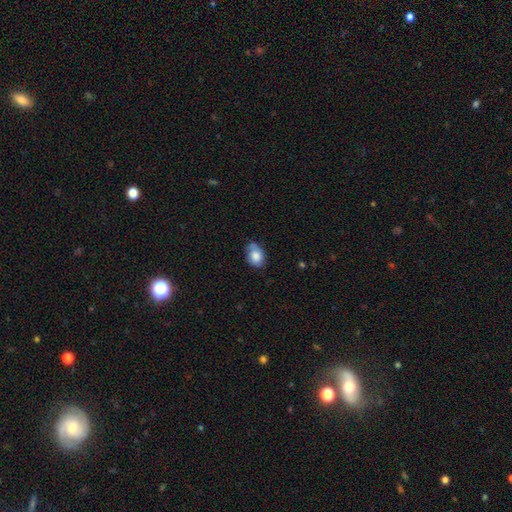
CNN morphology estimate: Smooth or featured?
  - smooth: 79% *
  - featured or disk: 13%
  - star or artifact: 8%
How rounded?
  - in between: 67% *
  - round: 32%
  - cigar-shaped: 1%
Merging?
  - none: 51% *
  - minor disturbance: 35%
  - major disturbance: 8%
  - merger: 6%